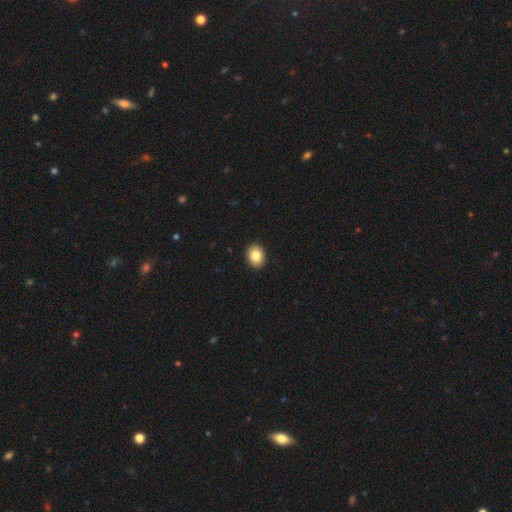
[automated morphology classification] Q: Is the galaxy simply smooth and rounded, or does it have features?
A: smooth — 84%.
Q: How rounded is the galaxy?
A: in between — 62%.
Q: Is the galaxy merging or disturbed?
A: none — 92%.